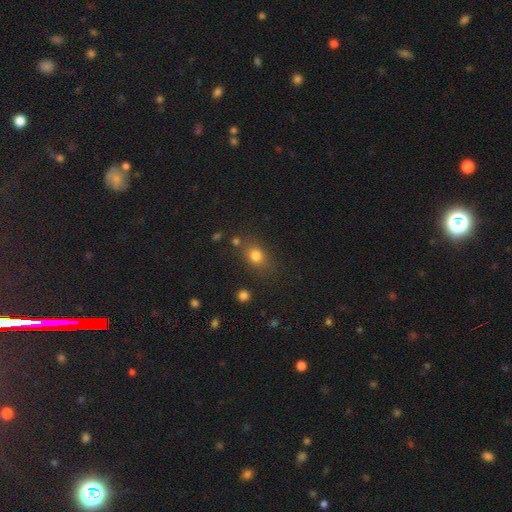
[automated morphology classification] type=smooth (78%); roundness=round (49%); merging=none (75%).